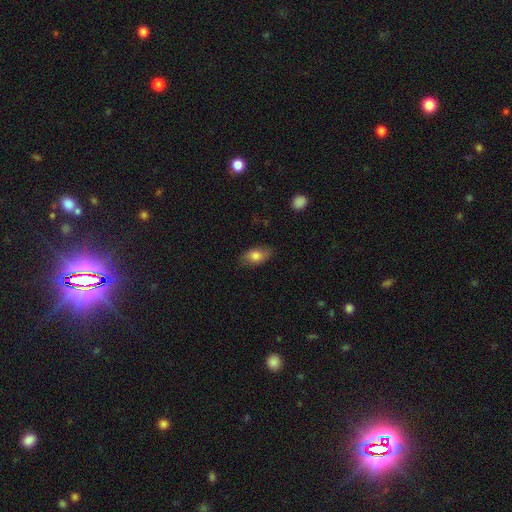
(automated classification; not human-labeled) This is likely a smooth galaxy (76%). How rounded: clearly in between (89%). Merging: likely none (78%).